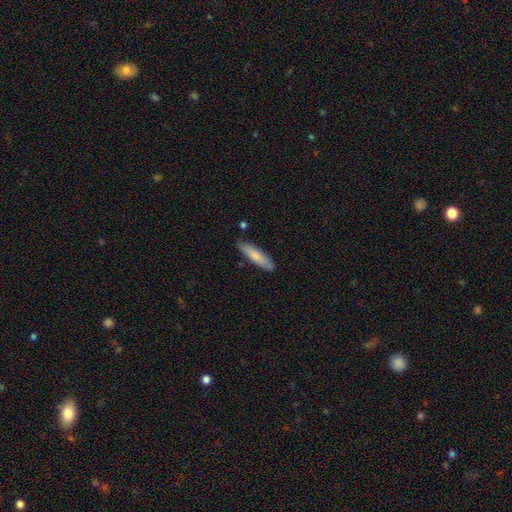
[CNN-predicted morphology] smooth 78%, featured or disk 17%, star or artifact 5%. Down the decision tree: how rounded — cigar-shaped (78%); merging — none (84%).